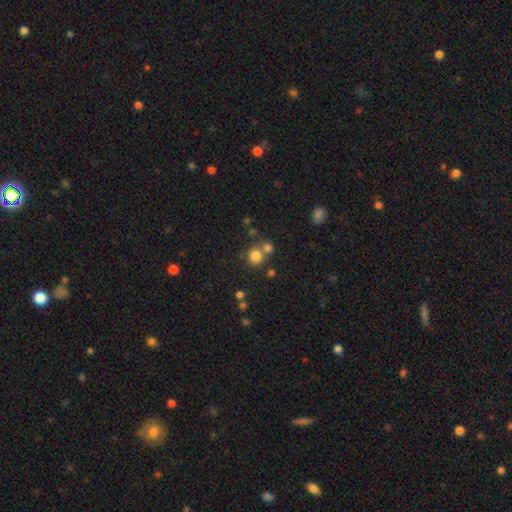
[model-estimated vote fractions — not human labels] Smooth or featured? smooth (78%)
How rounded? round (88%)
Merging? none (61%)